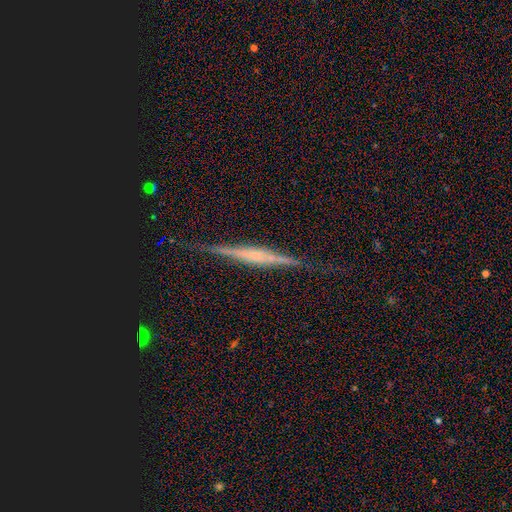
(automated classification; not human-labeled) Q: Smooth or featured?
A: featured or disk (78%); runner-up: smooth (14%)
Q: Edge-on disk?
A: yes (98%); runner-up: no (2%)
Q: Edge-on bulge?
A: rounded (42%); runner-up: boxy (31%)
Q: Merging?
A: none (87%); runner-up: minor disturbance (10%)